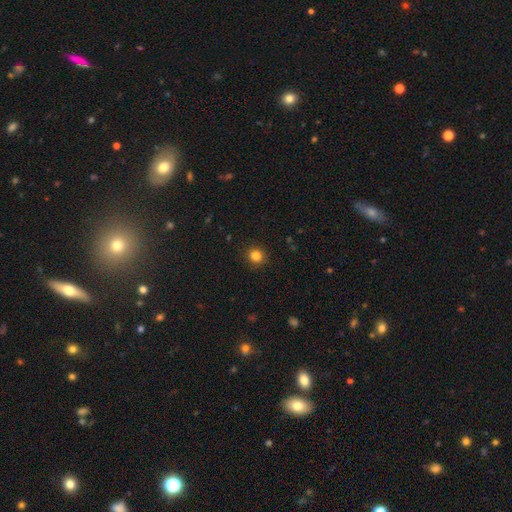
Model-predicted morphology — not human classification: This appears to be a smooth galaxy with no disk features (84%) that is round (90%). Merging: none (91%).